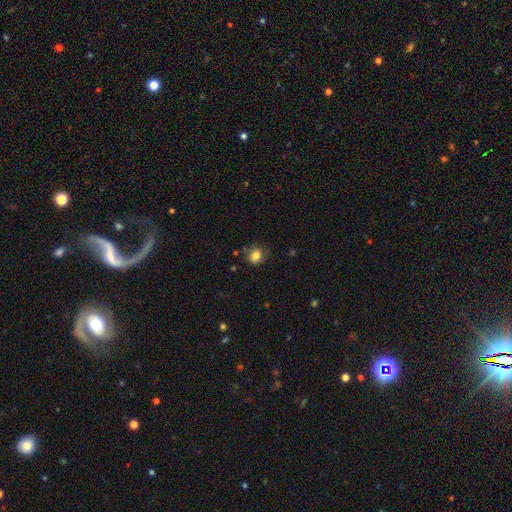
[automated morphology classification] This is clearly a smooth galaxy (83%). How rounded: likely round (67%). Merging: likely none (74%).